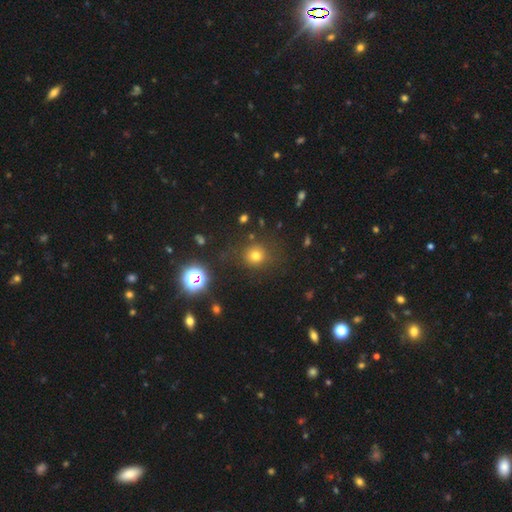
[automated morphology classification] The model was most divided on "smooth or featured": smooth: 72%, star or artifact: 21%, featured or disk: 8%. More confident: how rounded — round (90%); merging — none (82%).